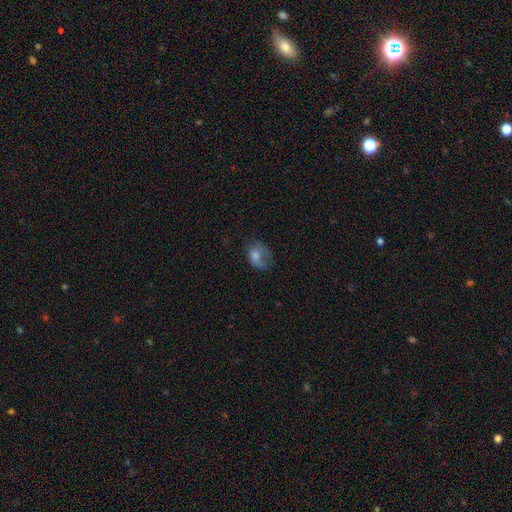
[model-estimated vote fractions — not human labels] A smooth galaxy with no disk features (58%) that is in between round and cigar-shaped (63%).

Vote fractions:
- Smooth or featured? smooth: 58% / featured or disk: 30% / star or artifact: 12%
- How rounded? in between: 63% / round: 35% / cigar-shaped: 1%
- Merging? none: 38% / major disturbance: 31% / minor disturbance: 30% / merger: 2%